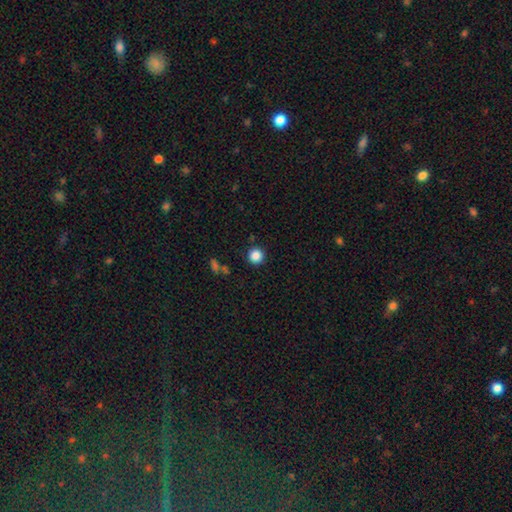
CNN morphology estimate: type=smooth (85%); roundness=round (95%); merging=none (90%).